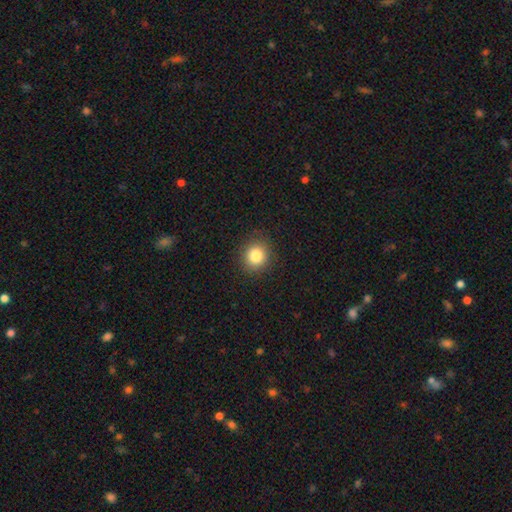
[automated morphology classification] smooth-or-featured: smooth: 83% | star or artifact: 11% | featured or disk: 6%
  how-rounded: round: 82% | in between: 17% | cigar-shaped: 1%
  merging: none: 90% | minor disturbance: 7% | major disturbance: 2% | merger: 1%